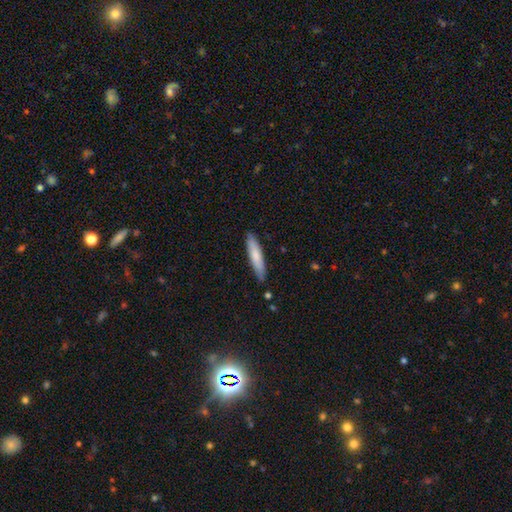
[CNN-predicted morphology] type=smooth (75%); roundness=cigar-shaped (84%); merging=none (86%).